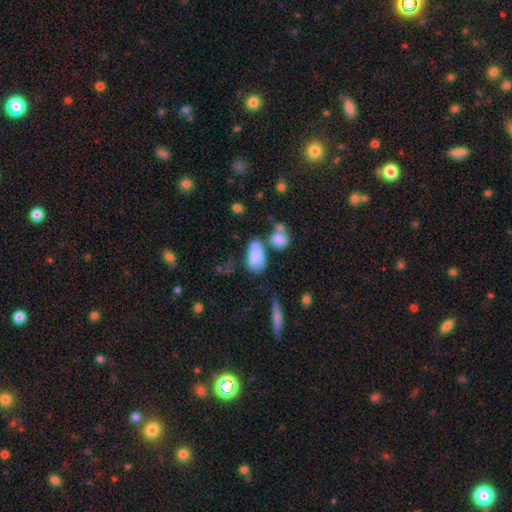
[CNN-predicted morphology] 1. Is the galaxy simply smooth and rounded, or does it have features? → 75% smooth, 17% featured or disk, 8% star or artifact.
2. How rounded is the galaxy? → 91% in between, 5% round, 4% cigar-shaped.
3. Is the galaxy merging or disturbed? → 34% none, 28% merger, 23% minor disturbance, 14% major disturbance.